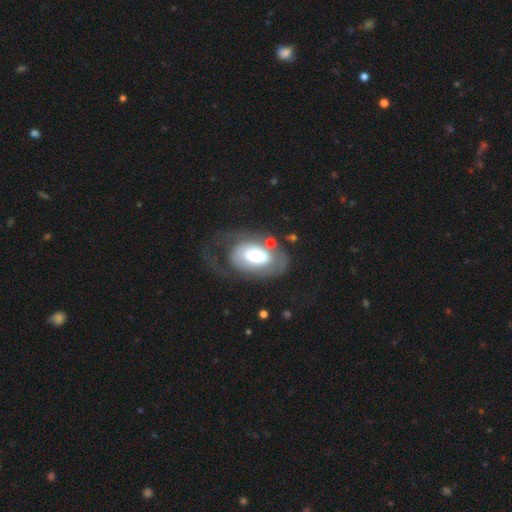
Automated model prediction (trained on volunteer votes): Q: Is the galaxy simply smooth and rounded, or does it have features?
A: featured or disk — 58%.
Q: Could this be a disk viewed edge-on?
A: no — 94%.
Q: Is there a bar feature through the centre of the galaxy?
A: no — 78%.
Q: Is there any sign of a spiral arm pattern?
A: no — 54%.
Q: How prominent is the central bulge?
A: moderate — 56%.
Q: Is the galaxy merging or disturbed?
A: none — 39%.